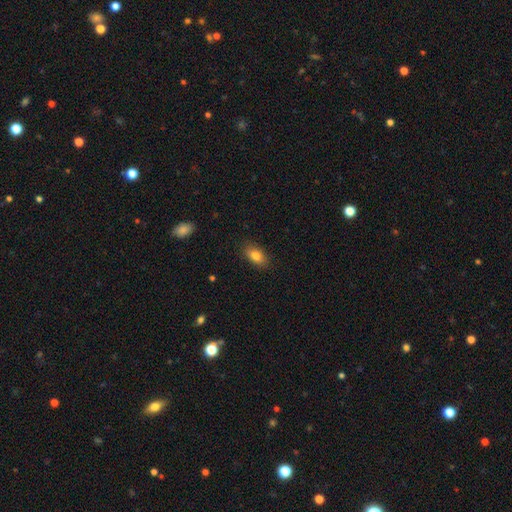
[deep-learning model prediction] This is clearly a smooth galaxy (82%). How rounded: clearly in between (88%). Merging: clearly none (87%).